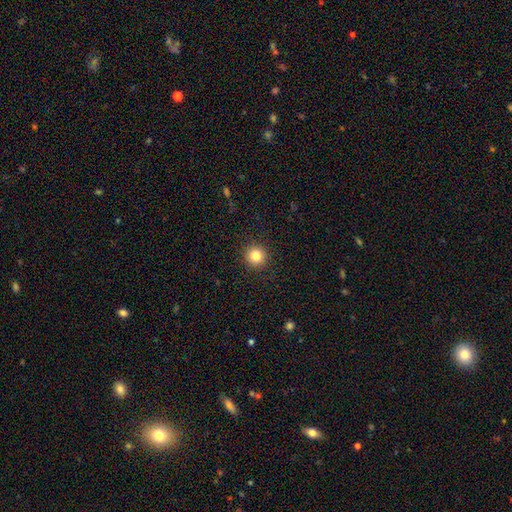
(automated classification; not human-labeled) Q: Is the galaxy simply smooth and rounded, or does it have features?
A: smooth — 83%.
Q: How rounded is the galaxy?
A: round — 94%.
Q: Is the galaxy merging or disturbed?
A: none — 92%.